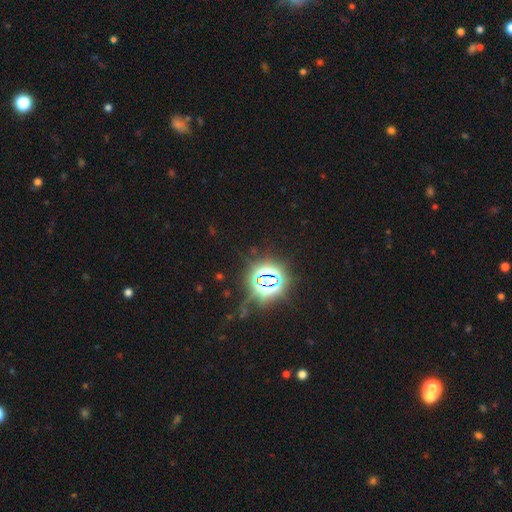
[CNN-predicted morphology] Smooth or featured: star or artifact — 82% (smooth — 13%)